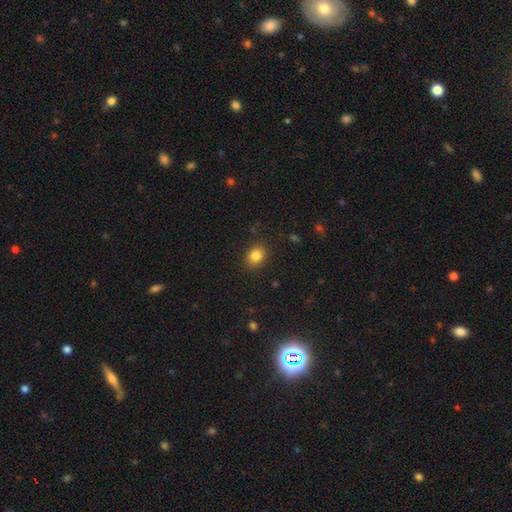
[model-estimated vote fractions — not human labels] The model was most divided on "how rounded": round: 51%, in between: 48%, cigar-shaped: 1%. More confident: merging — none (87%); smooth or featured — smooth (84%).